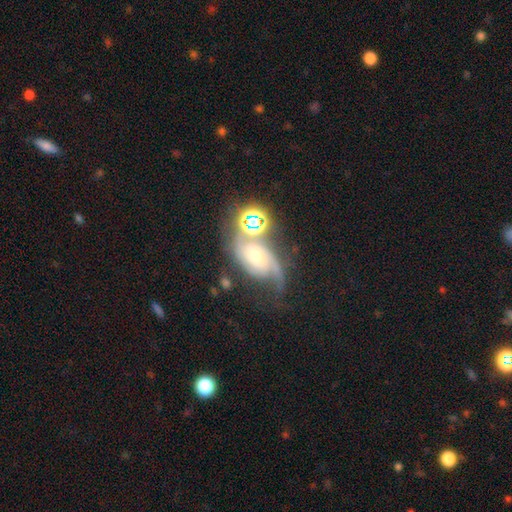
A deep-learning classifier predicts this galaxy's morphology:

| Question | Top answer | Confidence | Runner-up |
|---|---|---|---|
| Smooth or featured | featured or disk | 67% | star or artifact (17%) |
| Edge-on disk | no | 96% | yes (4%) |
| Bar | no | 58% | weak (32%) |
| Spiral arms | yes | 92% | no (8%) |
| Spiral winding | medium | 41% | loose (37%) |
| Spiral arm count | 2 | 56% | 1 (21%) |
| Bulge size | moderate | 52% | small (33%) |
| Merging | none | 34% | major disturbance (26%) |